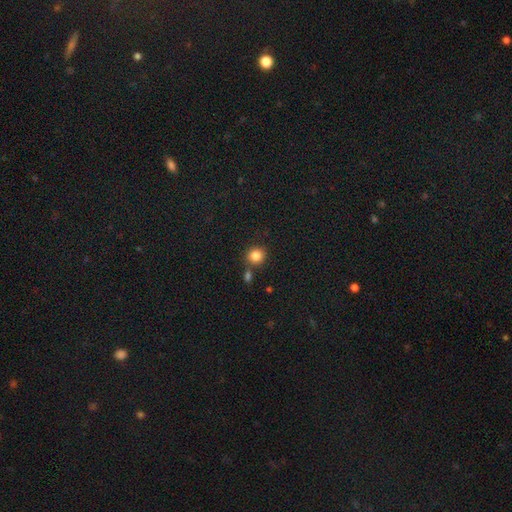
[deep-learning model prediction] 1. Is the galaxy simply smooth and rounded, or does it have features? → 84% smooth, 11% star or artifact, 5% featured or disk.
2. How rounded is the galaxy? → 86% round, 13% in between, 1% cigar-shaped.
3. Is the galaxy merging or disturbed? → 76% none, 12% merger, 9% minor disturbance, 3% major disturbance.